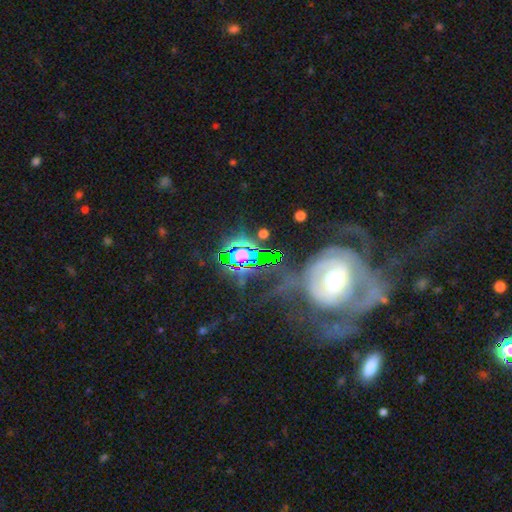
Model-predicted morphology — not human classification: Smooth or featured? star or artifact (67%)